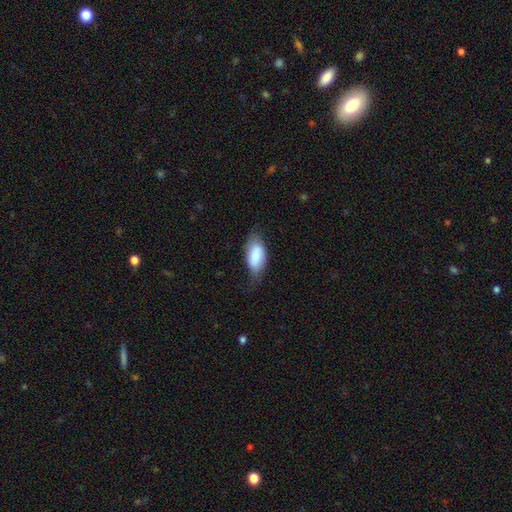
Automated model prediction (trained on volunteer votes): Smooth or featured?
  - smooth: 80% *
  - featured or disk: 14%
  - star or artifact: 6%
How rounded?
  - in between: 91% *
  - cigar-shaped: 6%
  - round: 3%
Merging?
  - none: 54% *
  - minor disturbance: 33%
  - major disturbance: 11%
  - merger: 1%